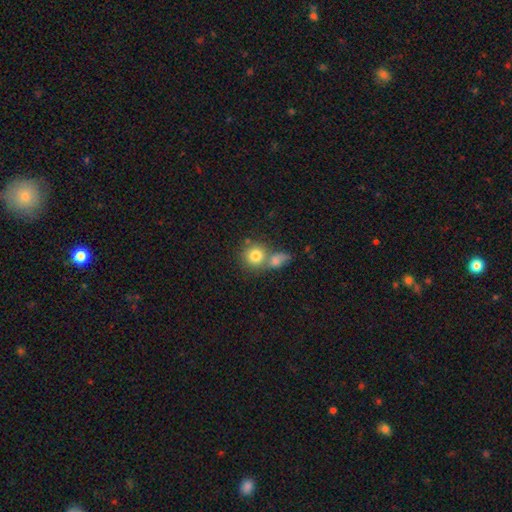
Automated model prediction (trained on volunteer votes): smooth 79%, featured or disk 11%, star or artifact 9%. Down the decision tree: how rounded — round (85%); merging — none (44%).